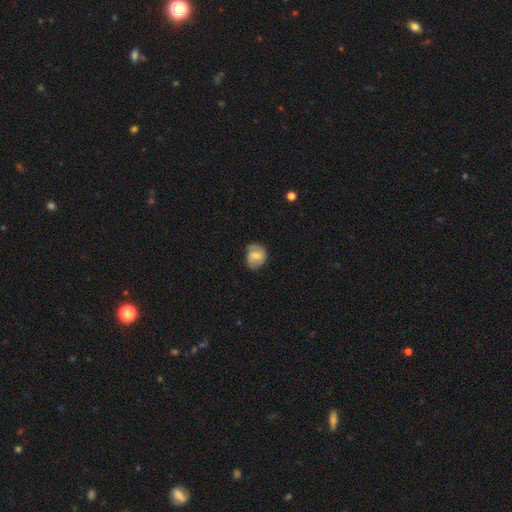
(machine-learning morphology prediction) Smooth or featured: smooth — 64% (featured or disk — 28%)
How rounded: round — 62% (in between — 37%)
Merging: none — 66% (minor disturbance — 26%)